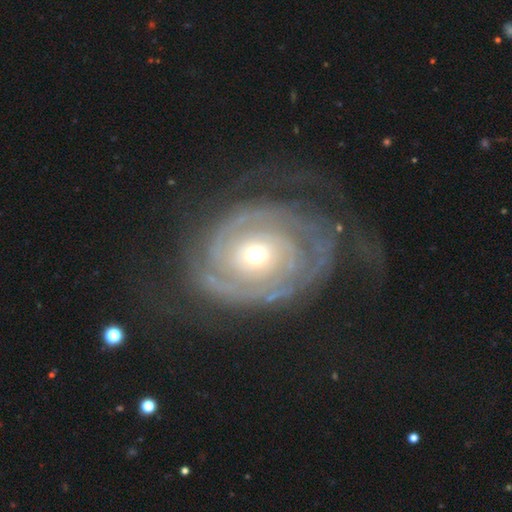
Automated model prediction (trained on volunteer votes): Morphology: type=featured or disk (89%); edge-on=no (97%); bar=no (81%); spiral arms=yes (95%); winding=tight (79%); arm count=2 (43%); bulge=moderate (58%); merging=none (64%).